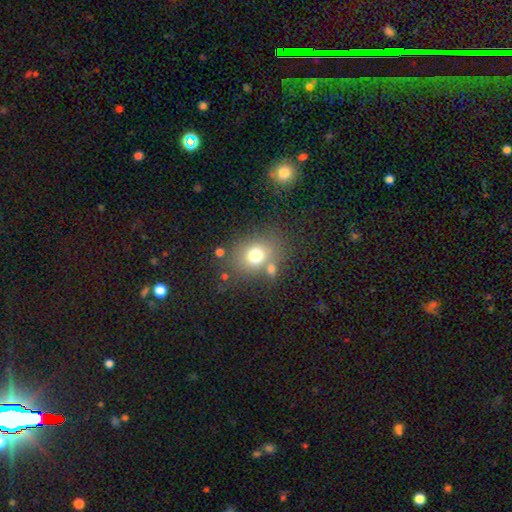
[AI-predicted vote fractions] This is likely a smooth galaxy (73%). How rounded: possibly round (55%). Merging: likely none (63%).